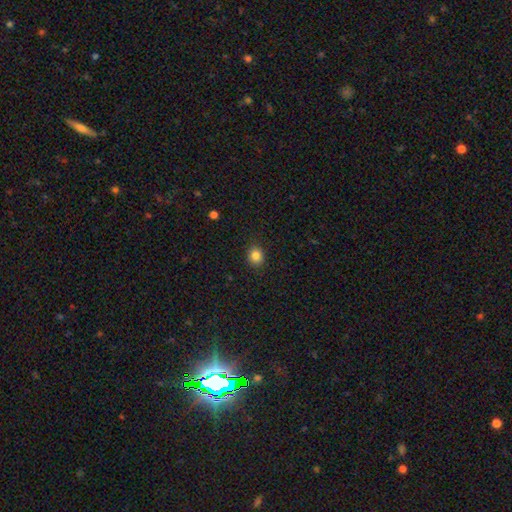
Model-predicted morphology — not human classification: smooth-or-featured: smooth: 84% | star or artifact: 11% | featured or disk: 5%
  how-rounded: round: 71% | in between: 28% | cigar-shaped: 1%
  merging: none: 90% | minor disturbance: 7% | major disturbance: 2% | merger: 1%